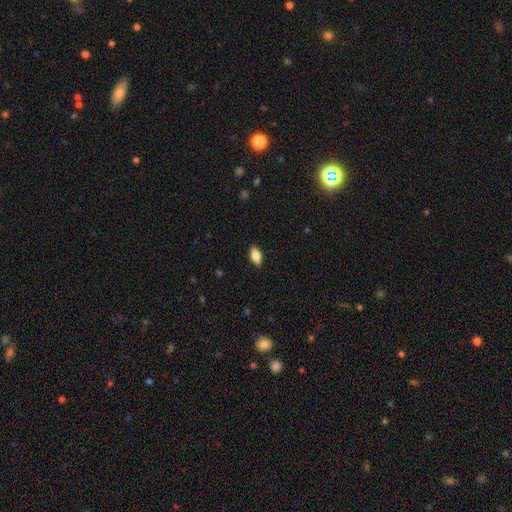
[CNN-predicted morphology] Smooth or featured? Predicted: smooth (p=0.82). How rounded? Predicted: in between (p=0.87). Merging? Predicted: none (p=0.88).